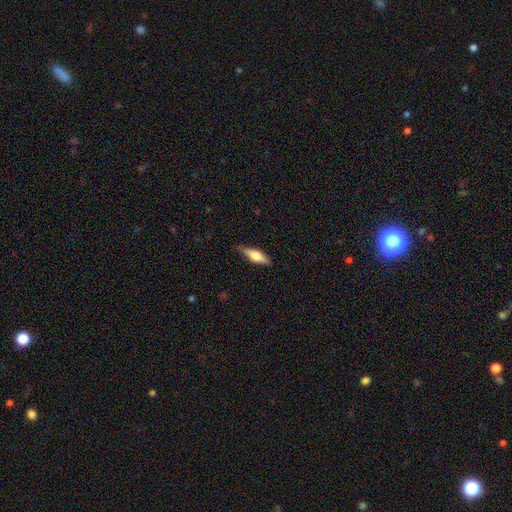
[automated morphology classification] Smooth or featured?
  - smooth: 47% * (tied)
  - featured or disk: 47% * (tied)
  - star or artifact: 6%
Merging?
  - none: 81% *
  - minor disturbance: 15%
  - major disturbance: 3%
  - merger: 1%